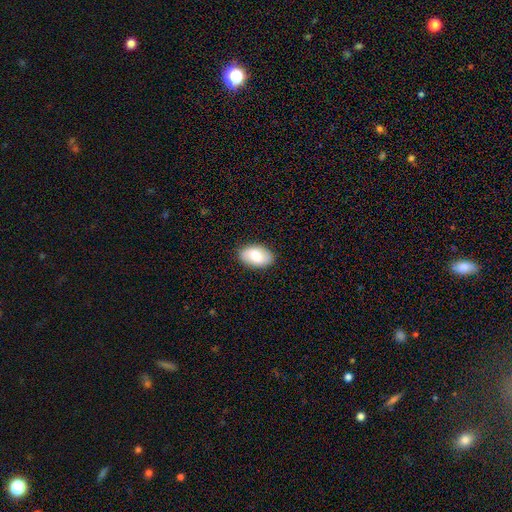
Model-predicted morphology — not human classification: smooth-or-featured: smooth: 73% | featured or disk: 20% | star or artifact: 6%
  how-rounded: in between: 93% | round: 5% | cigar-shaped: 1%
  merging: none: 87% | minor disturbance: 10% | major disturbance: 2% | merger: 1%